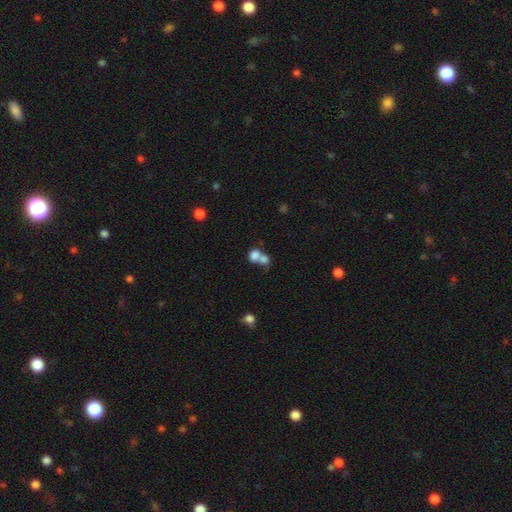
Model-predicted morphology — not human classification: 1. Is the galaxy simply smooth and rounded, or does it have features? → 76% smooth, 12% featured or disk, 11% star or artifact.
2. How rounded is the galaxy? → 56% round, 43% in between, 1% cigar-shaped.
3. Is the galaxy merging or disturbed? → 65% merger, 25% none, 6% minor disturbance, 4% major disturbance.